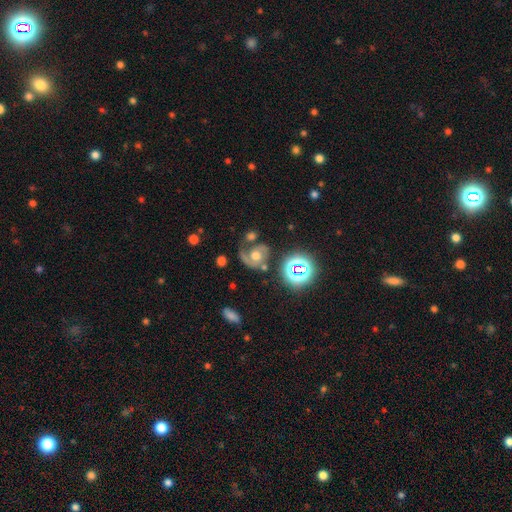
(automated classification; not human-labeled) This appears to be a featured or disk galaxy (66%) with no bar (75%), 1 (57%) medium (41%) spiral arms (85%) and a moderate central bulge (62%). Merging: none (38%).